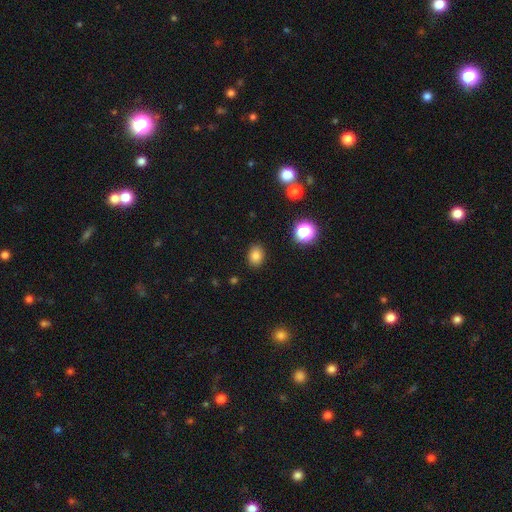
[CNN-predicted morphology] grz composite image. It shows a smooth galaxy with no disk features (82%) that is in between round and cigar-shaped (62%). Merging: none (88%).